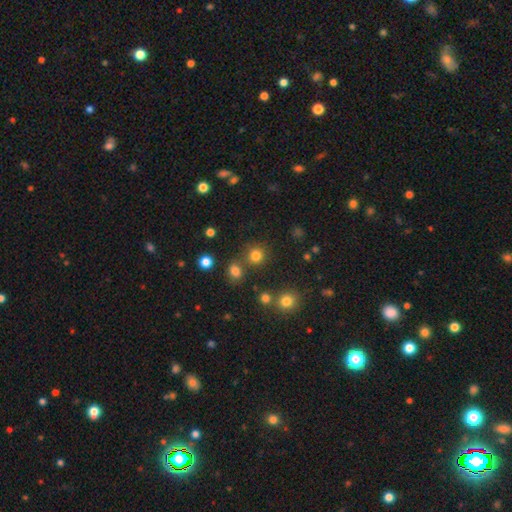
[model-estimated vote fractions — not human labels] smooth-or-featured: smooth: 80% | star or artifact: 15% | featured or disk: 5%
  how-rounded: round: 91% | in between: 8% | cigar-shaped: 1%
  merging: none: 78% | merger: 12% | minor disturbance: 7% | major disturbance: 3%